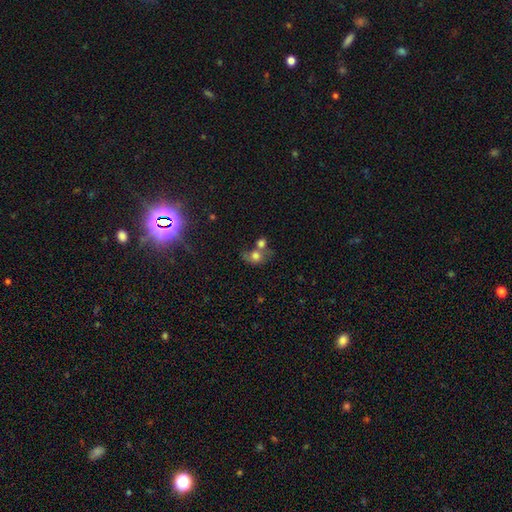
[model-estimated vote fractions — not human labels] Smooth or featured? Predicted: smooth (p=0.69). How rounded? Predicted: round (p=0.56). Merging? Predicted: merger (p=0.53).